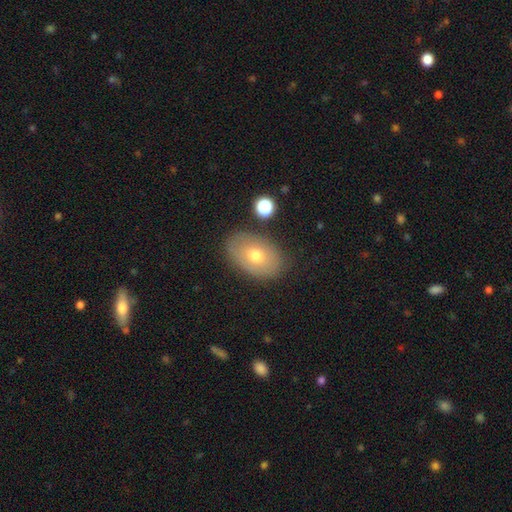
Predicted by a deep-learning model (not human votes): smooth_or_featured: smooth (p=0.63) [alt: featured or disk p=0.29]
how_rounded: in between (p=0.86) [alt: round p=0.13]
merging: none (p=0.80) [alt: minor disturbance p=0.14]